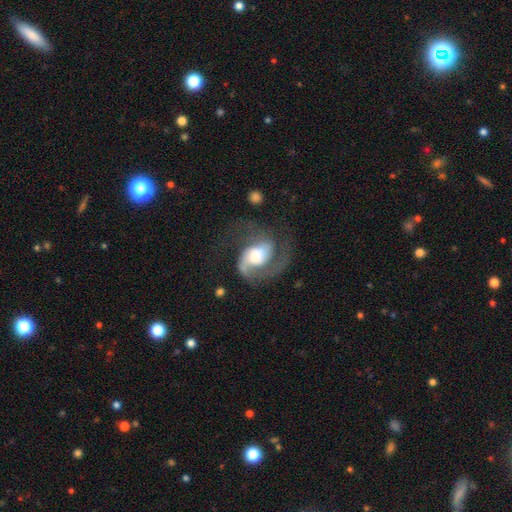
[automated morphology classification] A featured or disk galaxy (83%) with no bar (48%), 2 (60%) medium (51%) spiral arms (95%) and a large central bulge (42%). Merging: none (43%).